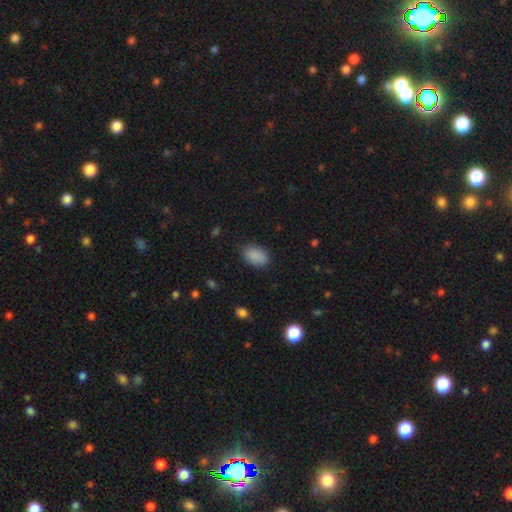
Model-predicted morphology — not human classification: Overall: smooth (89%). How rounded: in between (89%). Merging: none (84%).